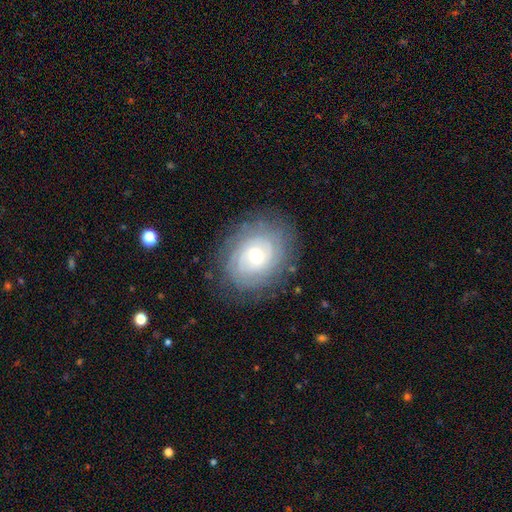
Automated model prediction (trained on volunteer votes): A featured or disk galaxy (76%) with no bar (62%), tight (78%) spiral arms (92%) and a small central bulge (53%).

Vote fractions:
- Smooth or featured? featured or disk: 76% / smooth: 16% / star or artifact: 7%
- Edge-on disk? no: 97% / yes: 3%
- Bar? no: 62% / weak: 32% / strong: 7%
- Spiral arms? yes: 92% / no: 8%
- Spiral winding? tight: 78% / medium: 17% / loose: 5%
- Spiral arm count? can't tell: 47% / 2: 20% / 3: 12% / 4: 9% / more than 4: 6% / 1: 5%
- Bulge size? small: 53% / moderate: 42% / large: 3% / none: 1% / dominant: 1%
- Merging? none: 80% / minor disturbance: 14% / major disturbance: 5% / merger: 1%